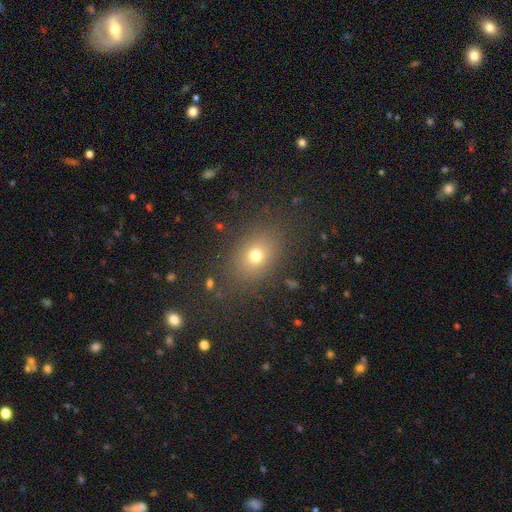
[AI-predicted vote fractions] smooth 73%, star or artifact 16%, featured or disk 11%. Down the decision tree: how rounded — in between (57%); merging — none (82%).